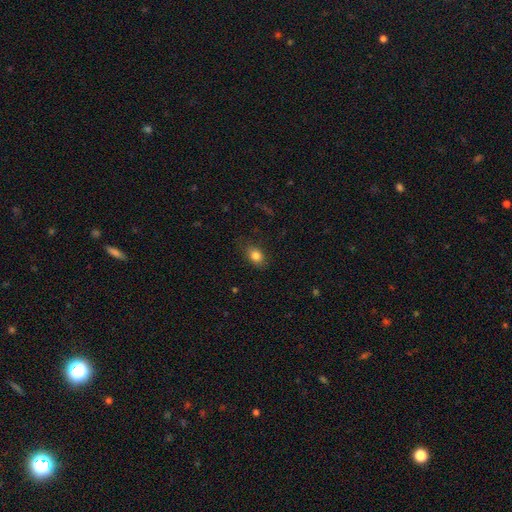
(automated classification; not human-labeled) The model was most divided on "how rounded": in between: 73%, round: 25%, cigar-shaped: 2%. More confident: smooth or featured — smooth (83%); merging — none (80%).